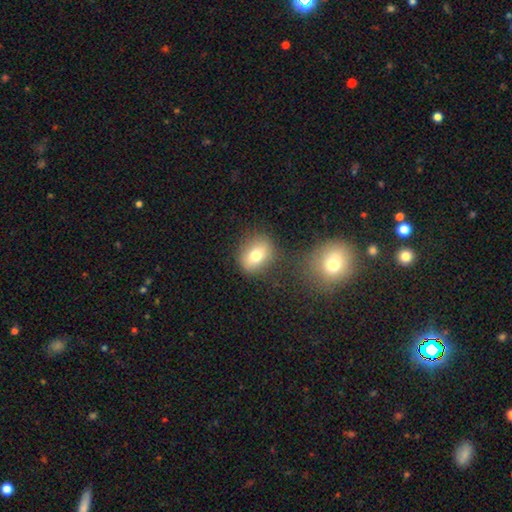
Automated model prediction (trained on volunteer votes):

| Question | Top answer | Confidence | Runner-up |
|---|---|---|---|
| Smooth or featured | smooth | 72% | featured or disk (17%) |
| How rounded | in between | 52% | round (46%) |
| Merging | none | 77% | minor disturbance (13%) |